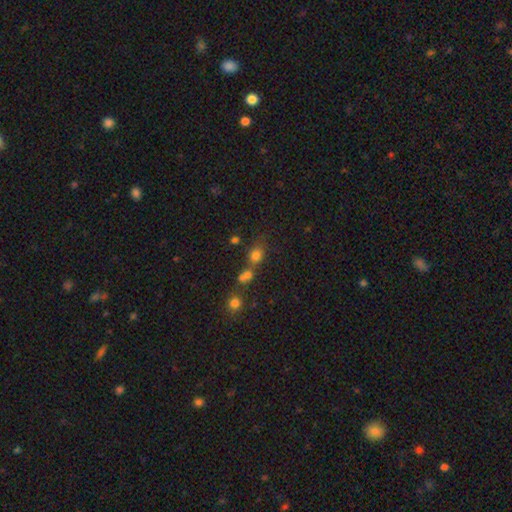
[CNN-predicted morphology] A smooth galaxy with no disk features (72%) that is round (66%).

Vote fractions:
- Smooth or featured? smooth: 72% / star or artifact: 19% / featured or disk: 9%
- How rounded? round: 66% / in between: 31% / cigar-shaped: 2%
- Merging? none: 50% / merger: 34% / minor disturbance: 11% / major disturbance: 6%